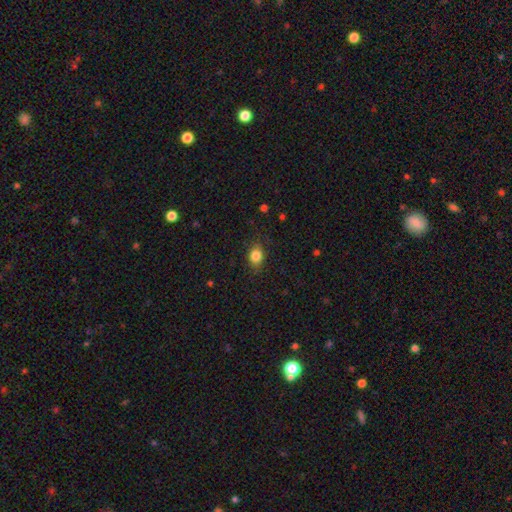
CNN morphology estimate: smooth-or-featured: smooth: 83% | star or artifact: 10% | featured or disk: 7%
  how-rounded: in between: 60% | round: 39% | cigar-shaped: 2%
  merging: none: 81% | minor disturbance: 15% | major disturbance: 4% | merger: 1%